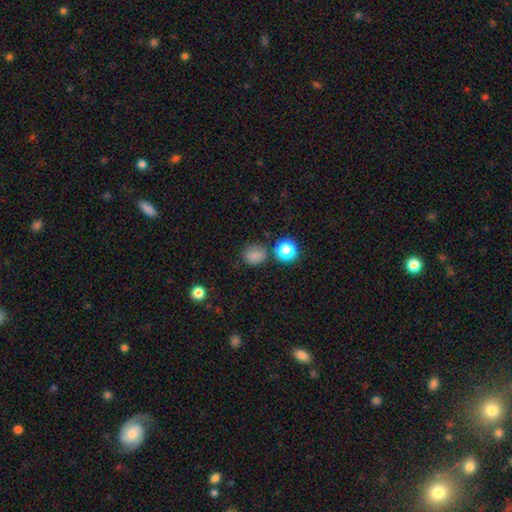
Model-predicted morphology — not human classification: smooth_or_featured: smooth (p=0.77) [alt: star or artifact p=0.17]
how_rounded: round (p=0.66) [alt: in between p=0.33]
merging: none (p=0.74) [alt: minor disturbance p=0.16]